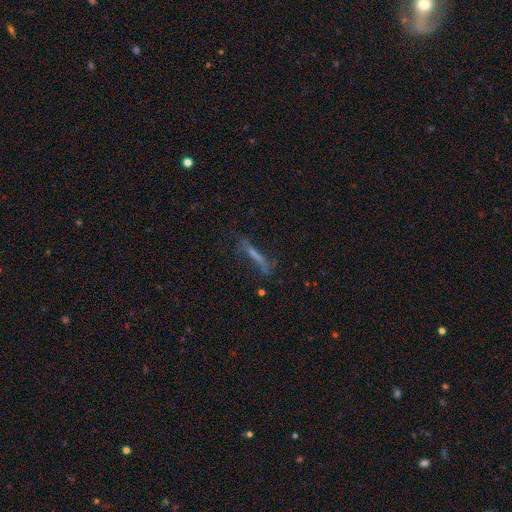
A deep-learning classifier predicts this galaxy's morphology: This appears to be a smooth galaxy with no disk features (46%). Merging: none (57%).